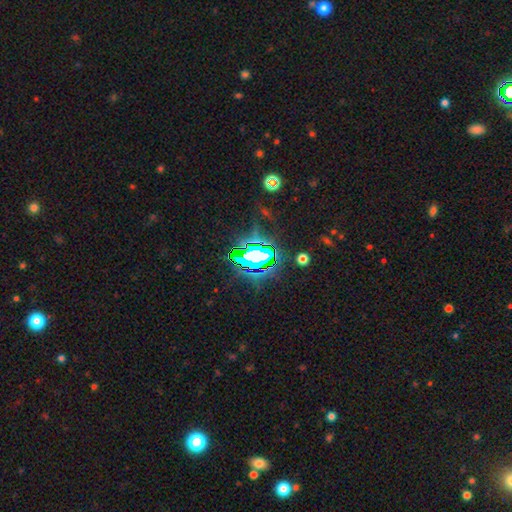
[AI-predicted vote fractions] star or artifact 71%, smooth 15%, featured or disk 14%.